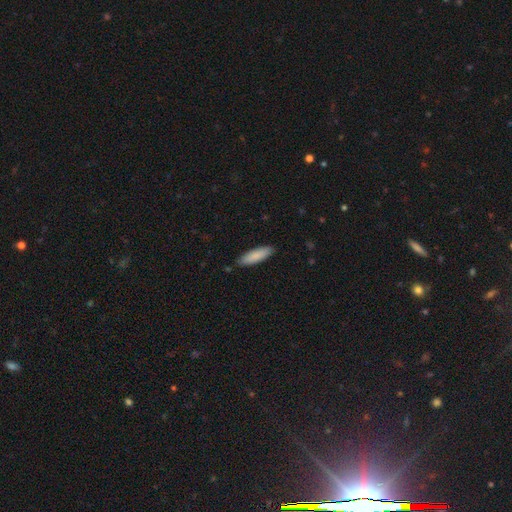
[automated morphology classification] A smooth galaxy with no disk features (88%) that is cigar-shaped (57%).

Vote fractions:
- Smooth or featured? smooth: 88% / featured or disk: 7% / star or artifact: 5%
- How rounded? cigar-shaped: 57% / in between: 42% / round: 1%
- Merging? none: 87% / minor disturbance: 10% / major disturbance: 2% / merger: 1%